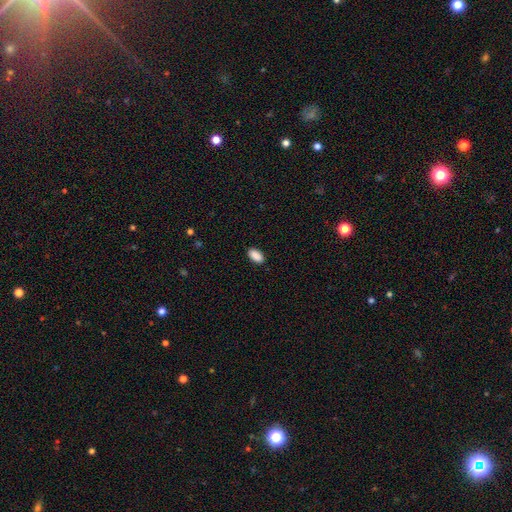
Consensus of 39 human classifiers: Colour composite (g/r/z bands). It shows a smooth galaxy with no disk features (92%) that is in between round and cigar-shaped (97%). Merging: none (92%).